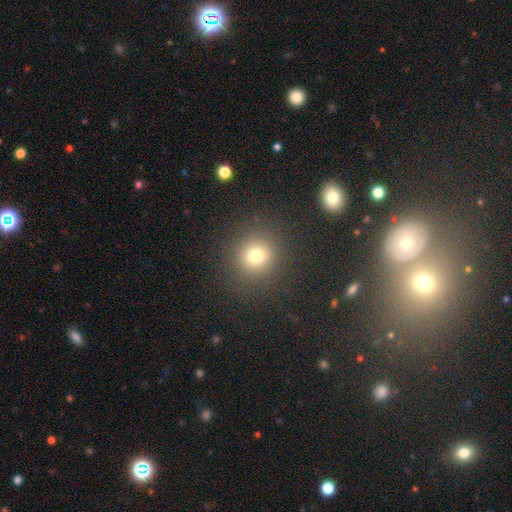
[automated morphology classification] Overall: smooth (74%). How rounded: round (90%). Merging: none (88%).